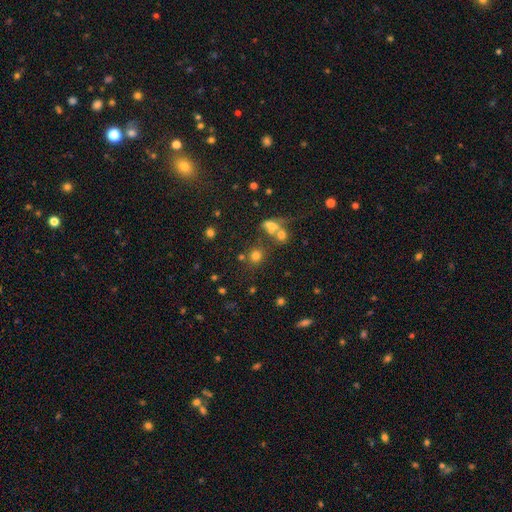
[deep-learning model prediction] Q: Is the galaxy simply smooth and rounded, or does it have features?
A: smooth — 70%.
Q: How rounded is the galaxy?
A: round — 84%.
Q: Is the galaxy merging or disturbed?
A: none — 67%.